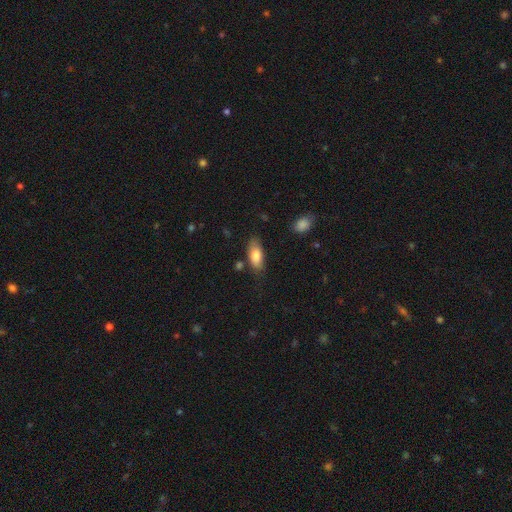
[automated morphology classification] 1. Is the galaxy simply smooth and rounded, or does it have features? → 81% smooth, 13% featured or disk, 6% star or artifact.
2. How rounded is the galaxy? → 85% in between, 12% cigar-shaped, 3% round.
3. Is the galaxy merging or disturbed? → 75% none, 18% minor disturbance, 4% major disturbance, 3% merger.